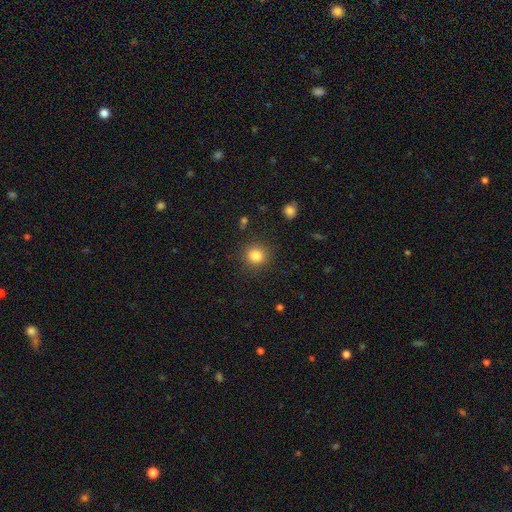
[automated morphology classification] Smooth or featured? smooth (83%)
How rounded? round (90%)
Merging? none (88%)